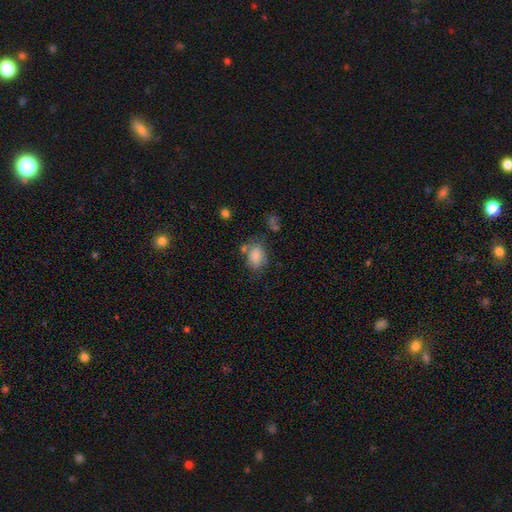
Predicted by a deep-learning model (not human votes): Morphology: type=smooth (79%); roundness=in between (70%); merging=none (54%).